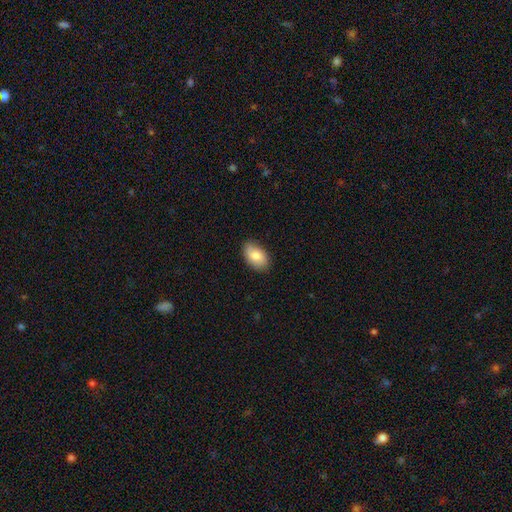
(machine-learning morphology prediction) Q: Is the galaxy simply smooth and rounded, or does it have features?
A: smooth — 82%.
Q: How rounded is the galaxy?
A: in between — 93%.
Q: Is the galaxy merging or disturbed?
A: none — 85%.